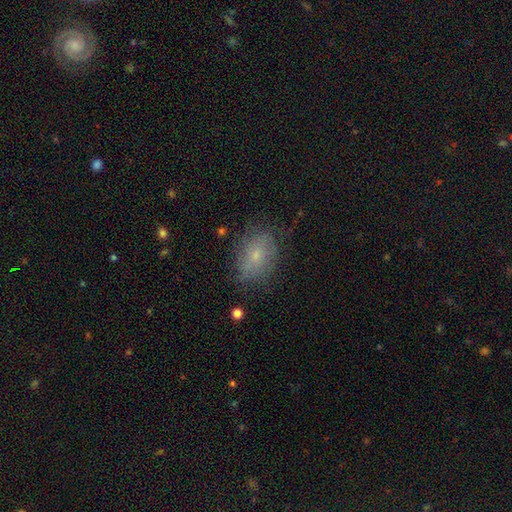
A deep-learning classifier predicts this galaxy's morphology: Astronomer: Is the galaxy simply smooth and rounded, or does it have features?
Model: smooth — 61%.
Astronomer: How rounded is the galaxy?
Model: in between — 75%.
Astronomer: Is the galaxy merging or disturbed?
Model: none — 69%.